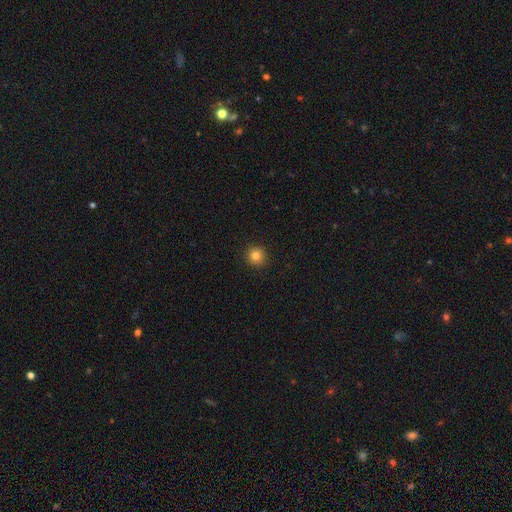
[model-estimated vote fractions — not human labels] A smooth galaxy with no disk features (82%) that is round (94%).

Vote fractions:
- Smooth or featured? smooth: 82% / star or artifact: 12% / featured or disk: 6%
- How rounded? round: 94% / in between: 5% / cigar-shaped: 1%
- Merging? none: 92% / minor disturbance: 5% / major disturbance: 2% / merger: 1%